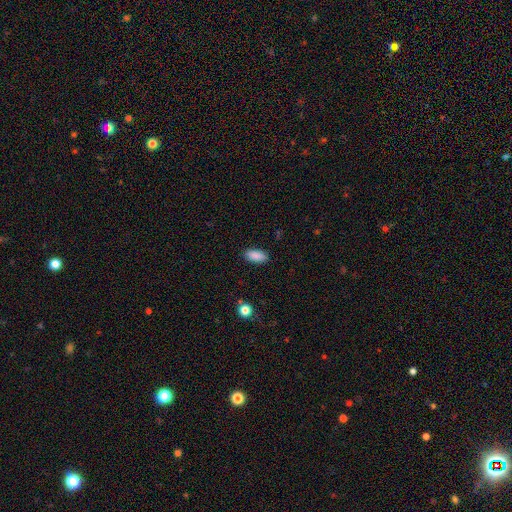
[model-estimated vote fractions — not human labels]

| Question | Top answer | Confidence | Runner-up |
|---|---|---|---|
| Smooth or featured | smooth | 89% | star or artifact (7%) |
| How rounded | in between | 89% | cigar-shaped (9%) |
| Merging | none | 88% | minor disturbance (9%) |